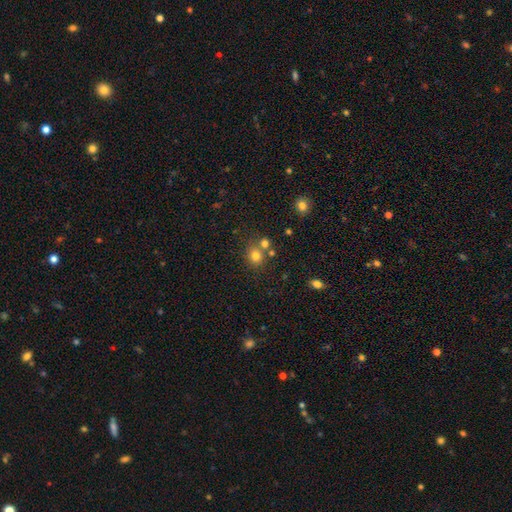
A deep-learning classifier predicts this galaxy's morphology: This appears to be a smooth galaxy with no disk features (77%) that is round (78%). Merging: none (62%).